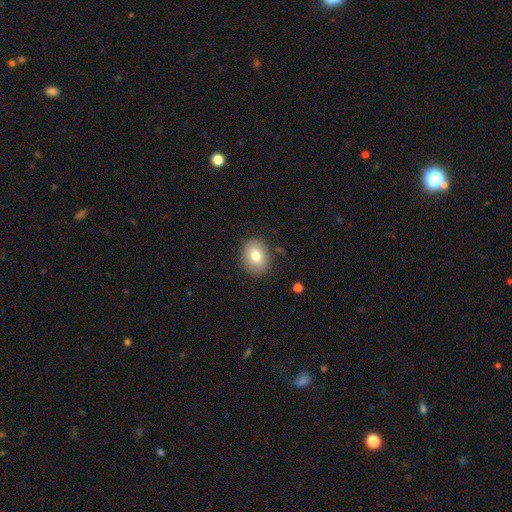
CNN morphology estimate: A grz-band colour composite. It shows a smooth galaxy with no disk features (78%) that is in between round and cigar-shaped (56%). Merging: none (86%).